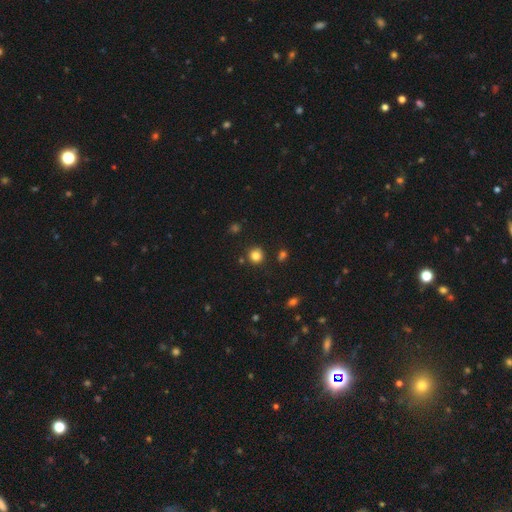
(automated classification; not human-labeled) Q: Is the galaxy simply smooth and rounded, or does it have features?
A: smooth — 82%.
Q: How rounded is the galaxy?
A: round — 90%.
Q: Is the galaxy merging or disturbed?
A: none — 86%.